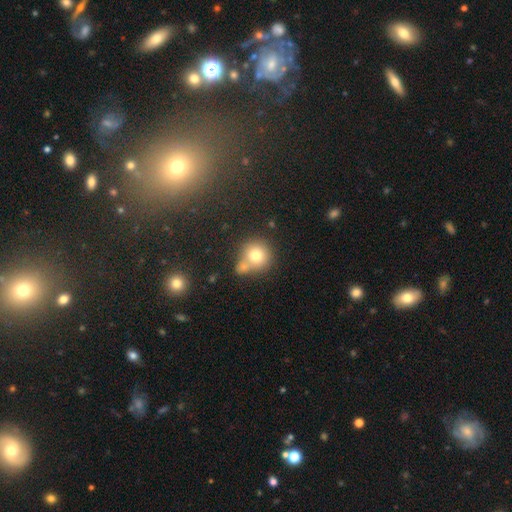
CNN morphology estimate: This is likely a smooth galaxy (74%). How rounded: clearly round (89%). Merging: possibly none (48%).